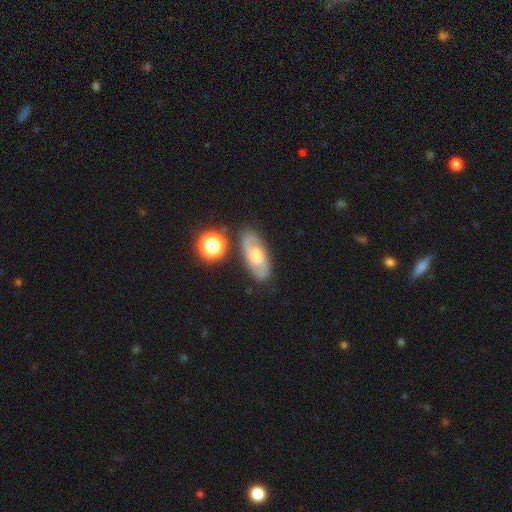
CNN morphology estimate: type=featured or disk (64%); edge-on=no (90%); bar=no (50%); spiral arms=yes (82%); bulge=moderate (58%); merging=none (77%).